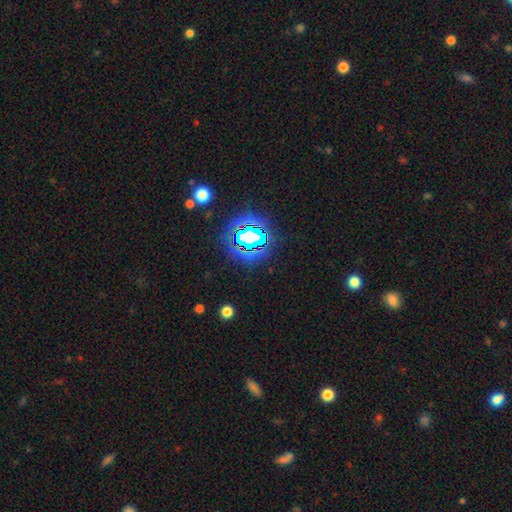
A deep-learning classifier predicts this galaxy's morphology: The model was most divided on "smooth or featured": star or artifact: 79%, smooth: 13%, featured or disk: 8%.